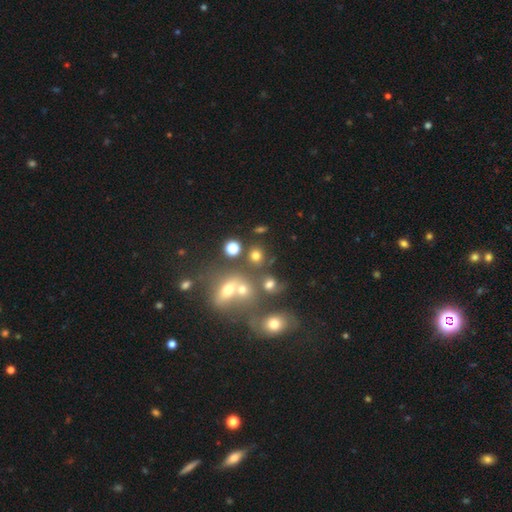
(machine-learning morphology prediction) The model was most divided on "merging": none: 67%, merger: 17%, minor disturbance: 10%, major disturbance: 6%. More confident: how rounded — round (81%); smooth or featured — smooth (71%).